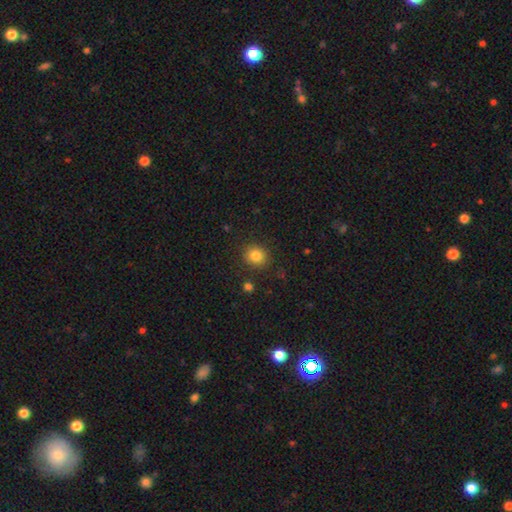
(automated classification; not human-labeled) Morphology: type=smooth (82%); roundness=round (79%); merging=none (87%).